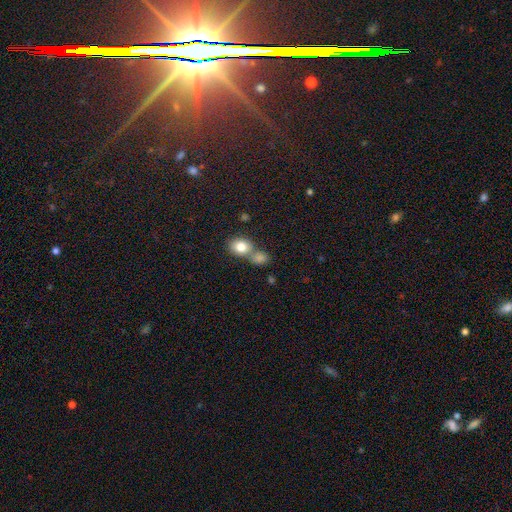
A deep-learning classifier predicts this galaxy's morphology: Smooth or featured?
  - smooth: 81% *
  - star or artifact: 10%
  - featured or disk: 9%
How rounded?
  - round: 55% *
  - in between: 44%
  - cigar-shaped: 2%
Merging?
  - merger: 53% *
  - none: 36%
  - minor disturbance: 7%
  - major disturbance: 3%